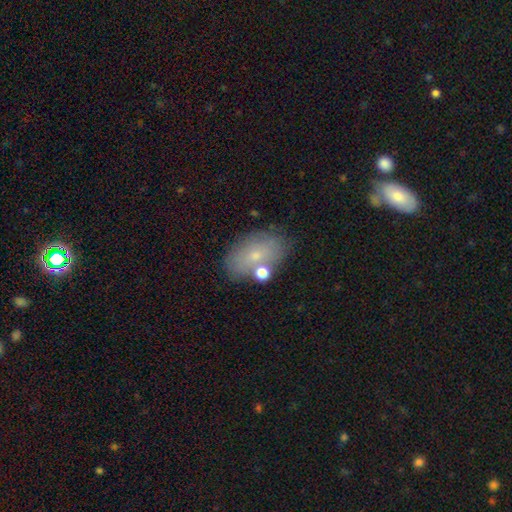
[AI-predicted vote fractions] A smooth galaxy with no disk features (64%) that is in between round and cigar-shaped (88%). Merging: none (69%).